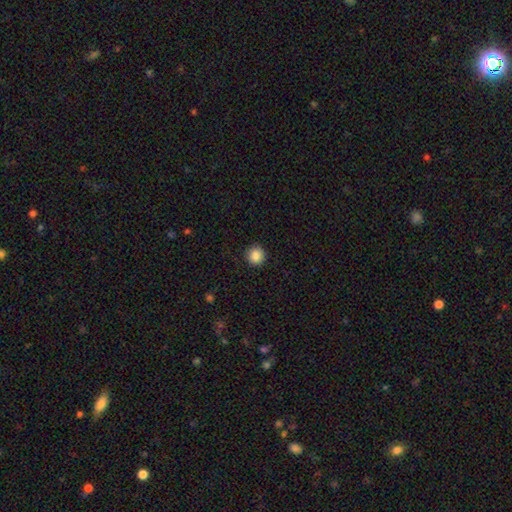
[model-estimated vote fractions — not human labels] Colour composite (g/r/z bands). It shows a smooth galaxy with no disk features (87%) that is round (94%). Merging: none (92%).